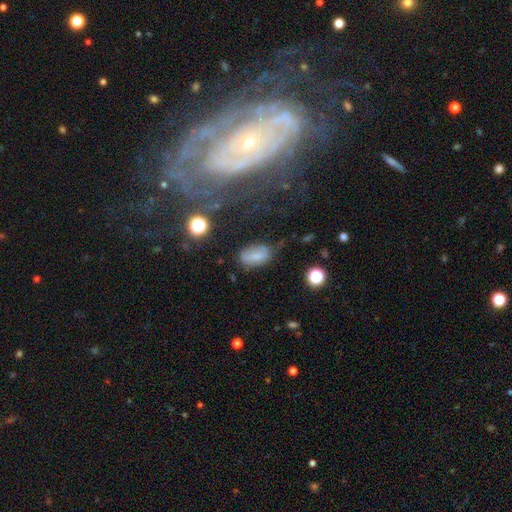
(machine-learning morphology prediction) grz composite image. It shows a smooth galaxy with no disk features (71%) that is in between round and cigar-shaped (91%). Merging: none (59%).